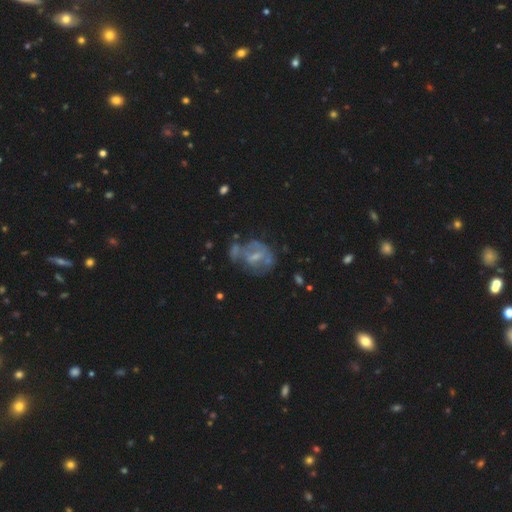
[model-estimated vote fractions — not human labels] Morphology: type=featured or disk (62%); edge-on=no (97%); bar=weak (43%, tied with no); spiral arms=no (59%); bulge=small (45%); merging=none (38%).